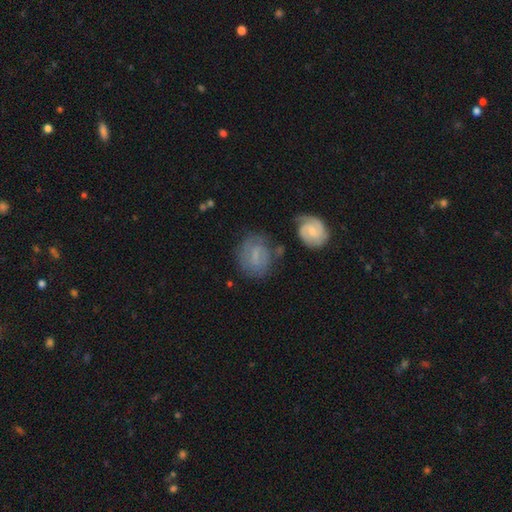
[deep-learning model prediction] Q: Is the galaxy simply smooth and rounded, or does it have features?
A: featured or disk — 50%.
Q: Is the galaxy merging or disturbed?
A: none — 64%.